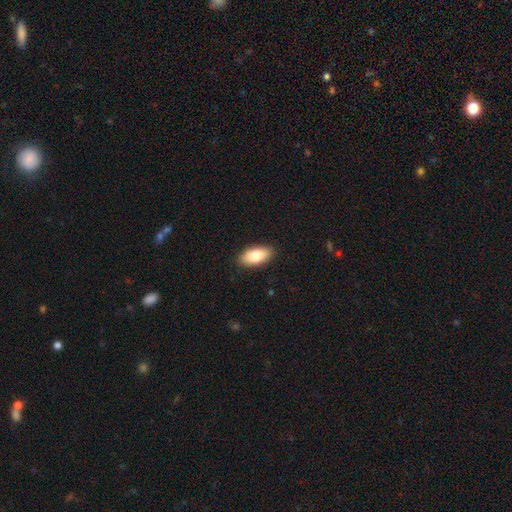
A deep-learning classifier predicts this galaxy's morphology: smooth-or-featured: smooth: 83% | featured or disk: 11% | star or artifact: 6%
  how-rounded: in between: 91% | cigar-shaped: 7% | round: 3%
  merging: none: 88% | minor disturbance: 9% | major disturbance: 2% | merger: 1%